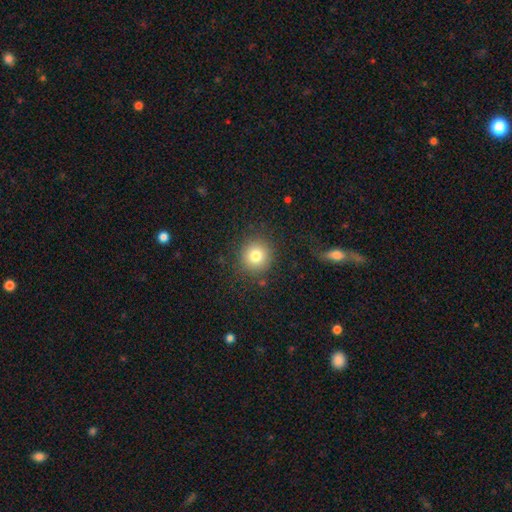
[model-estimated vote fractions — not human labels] This appears to be a smooth galaxy with no disk features (79%) that is round (91%). Merging: none (86%).